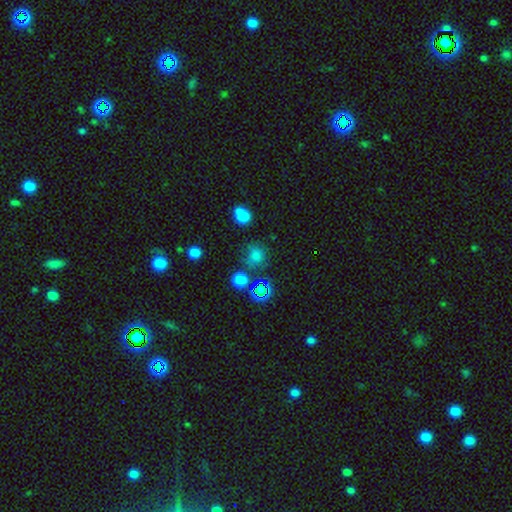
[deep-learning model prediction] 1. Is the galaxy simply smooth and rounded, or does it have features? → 66% smooth, 25% star or artifact, 8% featured or disk.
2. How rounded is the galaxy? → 83% round, 16% in between, 1% cigar-shaped.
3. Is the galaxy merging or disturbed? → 65% none, 16% minor disturbance, 11% merger, 8% major disturbance.